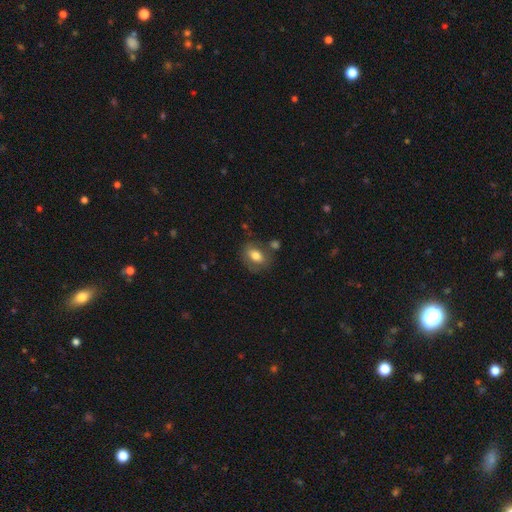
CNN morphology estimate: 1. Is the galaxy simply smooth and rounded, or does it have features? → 66% smooth, 25% featured or disk, 8% star or artifact.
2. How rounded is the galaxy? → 79% in between, 18% round, 3% cigar-shaped.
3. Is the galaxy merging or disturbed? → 65% none, 19% minor disturbance, 9% merger, 8% major disturbance.